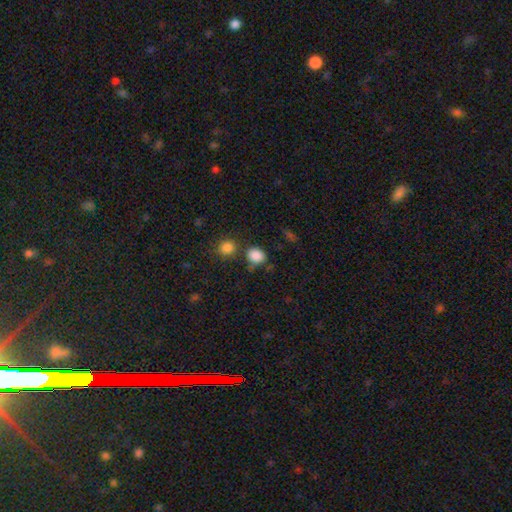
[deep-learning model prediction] Smooth or featured? smooth (86%)
How rounded? round (62%)
Merging? none (69%)